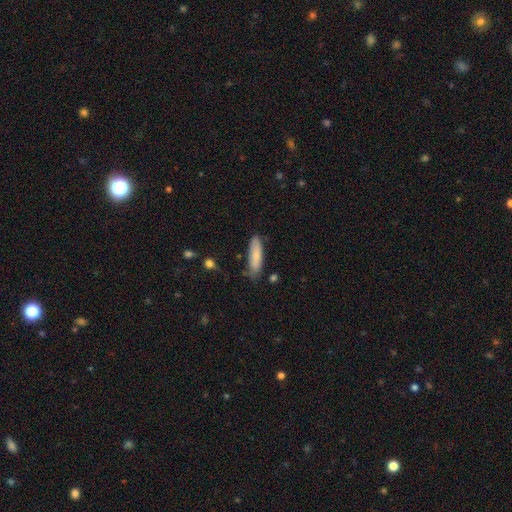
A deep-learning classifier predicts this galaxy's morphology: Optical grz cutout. It shows a smooth galaxy with no disk features (81%) that is cigar-shaped (57%). Merging: none (73%).